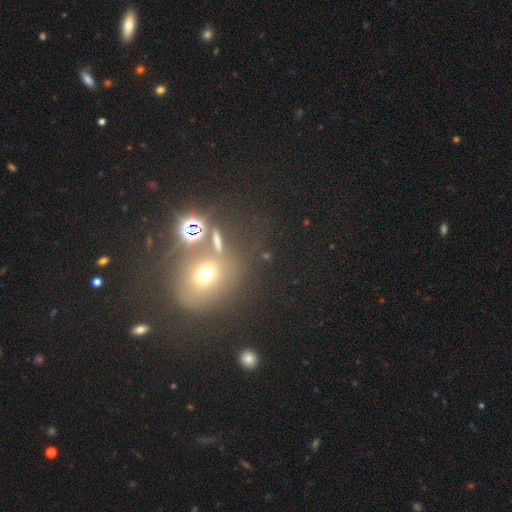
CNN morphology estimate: This is possibly a smooth galaxy (46%). Merging: possibly none (57%).